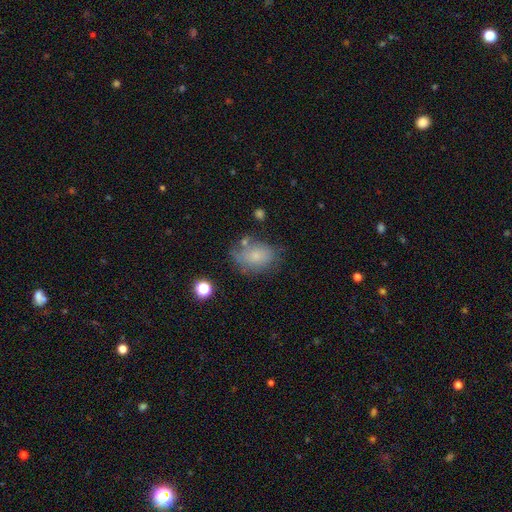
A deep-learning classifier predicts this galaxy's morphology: A smooth galaxy with no disk features (71%) that is in between round and cigar-shaped (73%).

Vote fractions:
- Smooth or featured? smooth: 71% / featured or disk: 17% / star or artifact: 11%
- How rounded? in between: 73% / round: 26% / cigar-shaped: 1%
- Merging? none: 56% / minor disturbance: 26% / major disturbance: 11% / merger: 7%